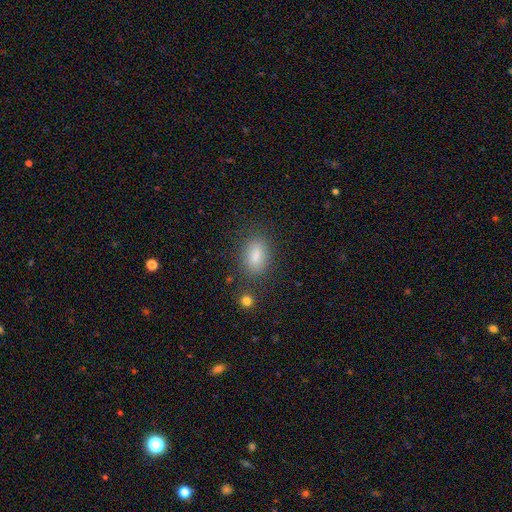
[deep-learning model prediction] Q: Smooth or featured?
A: smooth (82%); runner-up: star or artifact (11%)
Q: How rounded?
A: in between (86%); runner-up: round (11%)
Q: Merging?
A: none (82%); runner-up: minor disturbance (11%)